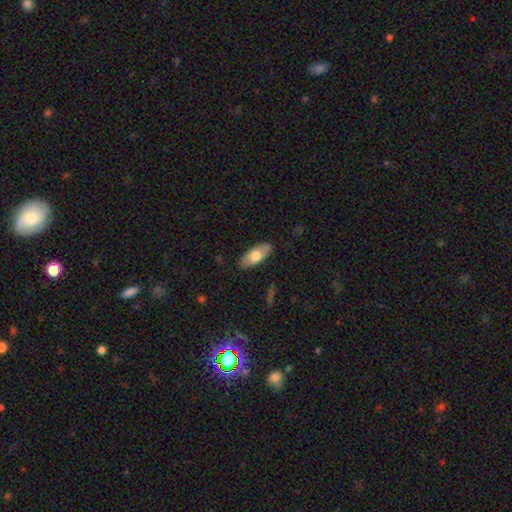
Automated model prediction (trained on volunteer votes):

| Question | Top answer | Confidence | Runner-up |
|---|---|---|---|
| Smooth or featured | smooth | 69% | featured or disk (25%) |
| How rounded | in between | 87% | cigar-shaped (11%) |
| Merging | none | 88% | minor disturbance (9%) |